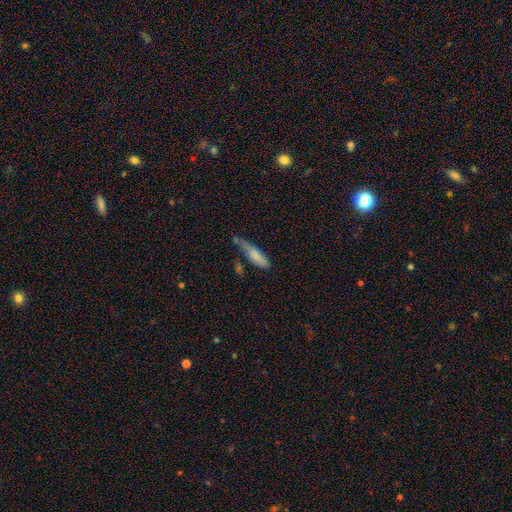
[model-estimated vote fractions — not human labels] Smooth or featured? smooth (76%)
How rounded? cigar-shaped (65%)
Merging? none (40%)